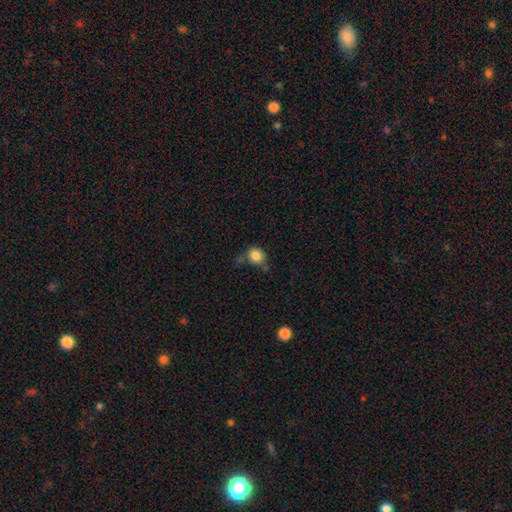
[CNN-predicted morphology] This is clearly a smooth galaxy (83%). How rounded: likely round (71%). Merging: possibly none (49%).